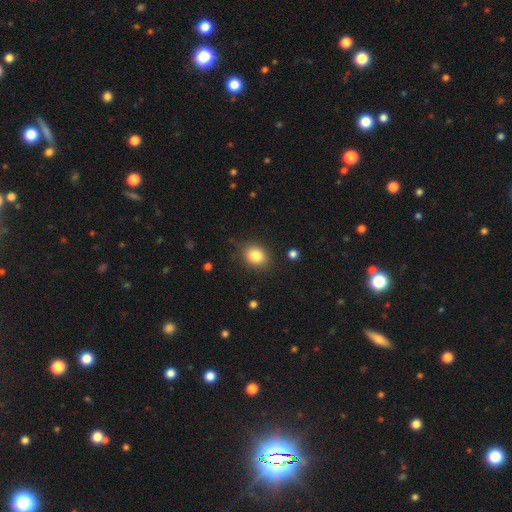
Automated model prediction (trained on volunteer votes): A smooth galaxy with no disk features (83%) that is round (58%). Merging: none (85%).